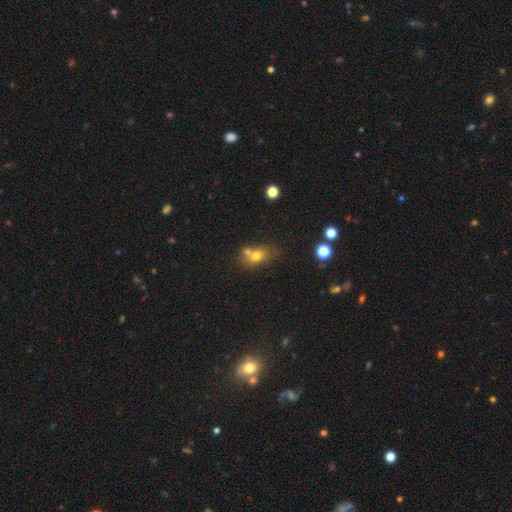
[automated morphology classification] Smooth or featured: smooth — 70% (featured or disk — 17%)
How rounded: in between — 66% (round — 31%)
Merging: none — 40% (merger — 39%)